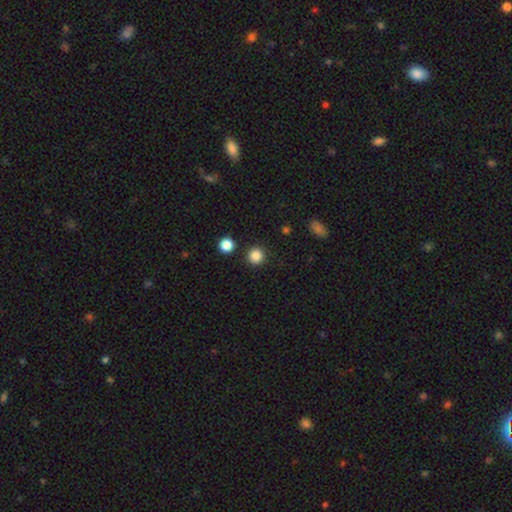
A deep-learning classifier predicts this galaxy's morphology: This is clearly a smooth galaxy (85%). How rounded: clearly round (95%). Merging: clearly none (91%).